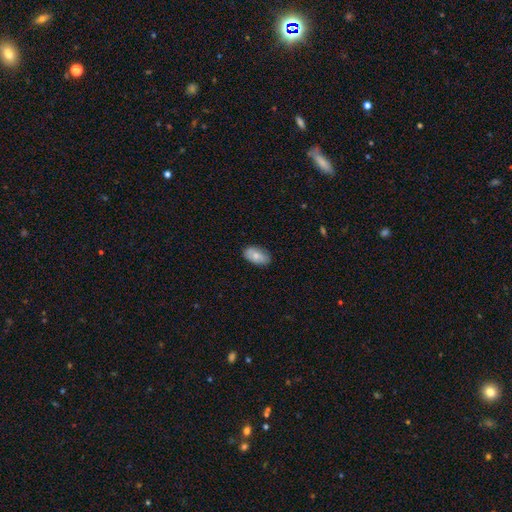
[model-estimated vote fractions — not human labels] Smooth or featured?
  - smooth: 77% *
  - featured or disk: 16%
  - star or artifact: 7%
How rounded?
  - in between: 93% *
  - round: 5%
  - cigar-shaped: 2%
Merging?
  - none: 82% *
  - minor disturbance: 14%
  - major disturbance: 2%
  - merger: 1%